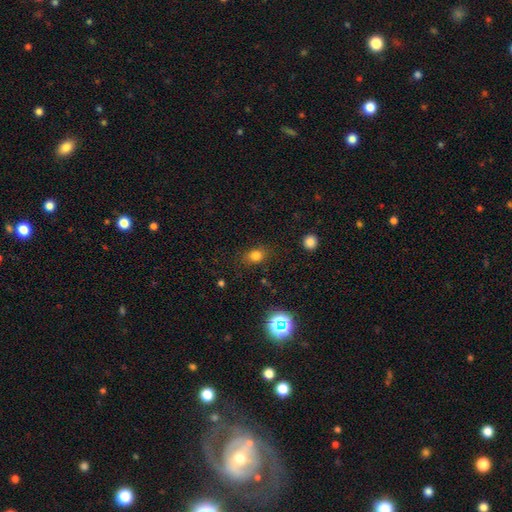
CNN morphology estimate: Smooth or featured? Predicted: smooth (p=0.77). How rounded? Predicted: round (p=0.50). Merging? Predicted: none (p=0.83).